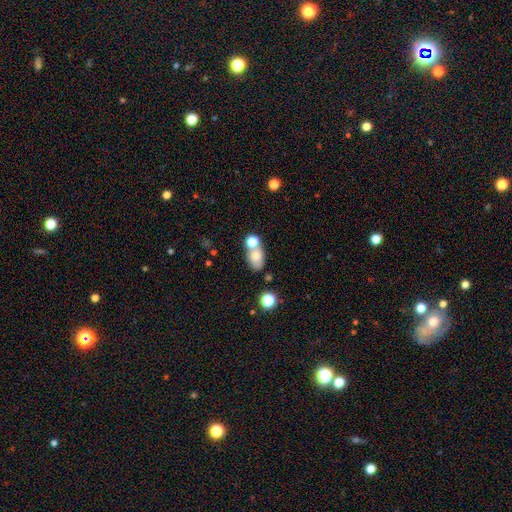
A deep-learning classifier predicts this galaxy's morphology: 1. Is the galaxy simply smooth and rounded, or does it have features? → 74% smooth, 14% featured or disk, 11% star or artifact.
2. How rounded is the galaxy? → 79% in between, 19% round, 2% cigar-shaped.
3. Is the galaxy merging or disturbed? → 49% none, 33% merger, 12% minor disturbance, 5% major disturbance.